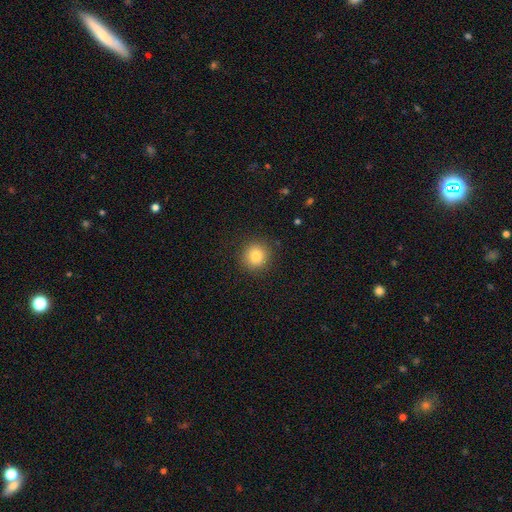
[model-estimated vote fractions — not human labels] This is clearly a smooth galaxy (83%). How rounded: clearly round (91%). Merging: clearly none (90%).